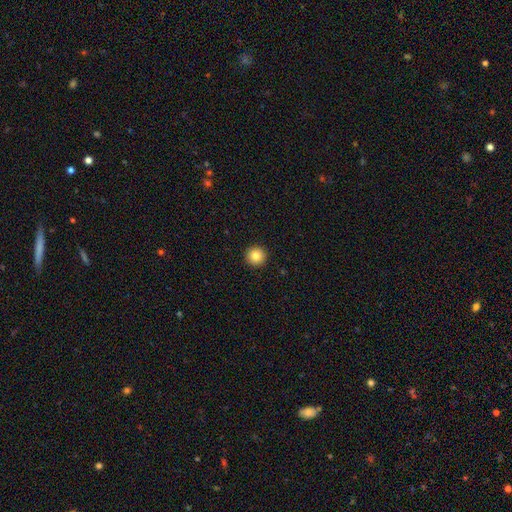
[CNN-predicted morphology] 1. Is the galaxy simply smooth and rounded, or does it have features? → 84% smooth, 10% star or artifact, 6% featured or disk.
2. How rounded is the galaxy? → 96% round, 3% in between, 1% cigar-shaped.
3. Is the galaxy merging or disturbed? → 94% none, 4% minor disturbance, 1% major disturbance, 1% merger.